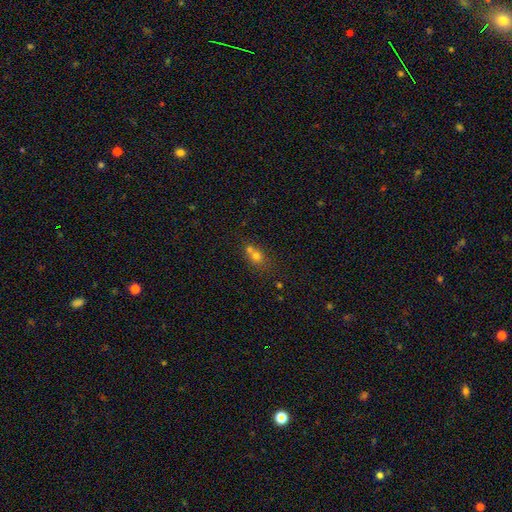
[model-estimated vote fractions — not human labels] Smooth or featured?
  - smooth: 65% *
  - star or artifact: 18%
  - featured or disk: 17%
How rounded?
  - round: 62% *
  - in between: 35%
  - cigar-shaped: 2%
Merging?
  - merger: 53% *
  - none: 35%
  - minor disturbance: 8%
  - major disturbance: 4%